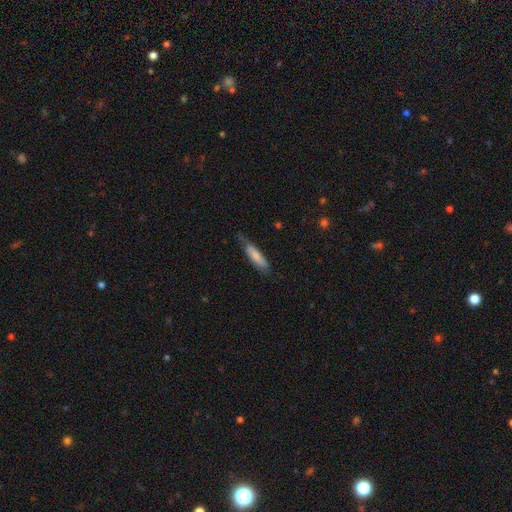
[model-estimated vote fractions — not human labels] A smooth galaxy with no disk features (74%) that is cigar-shaped (69%).

Vote fractions:
- Smooth or featured? smooth: 74% / featured or disk: 21% / star or artifact: 6%
- How rounded? cigar-shaped: 69% / in between: 30% / round: 1%
- Merging? none: 58% / minor disturbance: 31% / major disturbance: 9% / merger: 2%